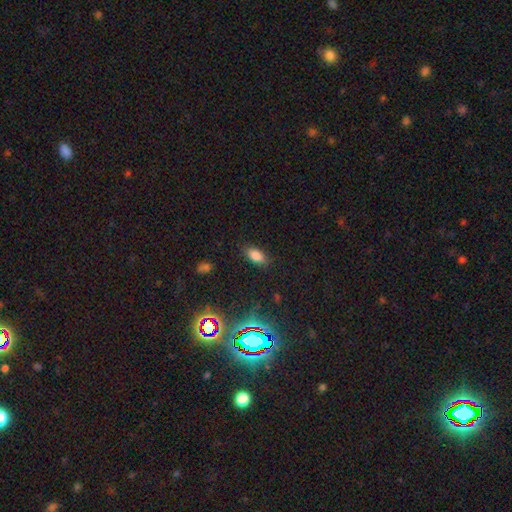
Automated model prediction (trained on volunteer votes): smooth_or_featured: smooth (p=0.80) [alt: star or artifact p=0.13]
how_rounded: in between (p=0.88) [alt: cigar-shaped p=0.07]
merging: none (p=0.83) [alt: minor disturbance p=0.12]